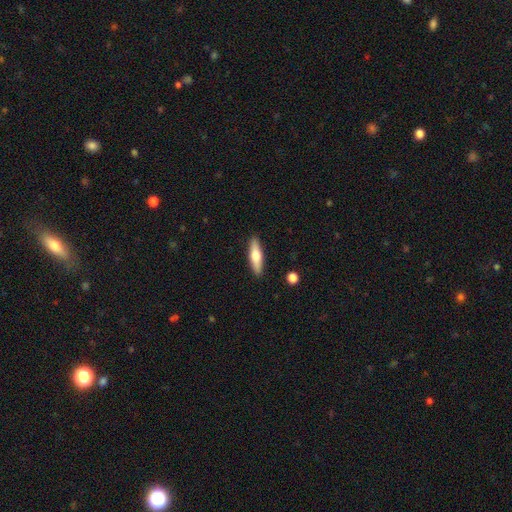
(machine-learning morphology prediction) This appears to be a smooth galaxy with no disk features (58%) that is cigar-shaped (68%). Merging: none (89%).